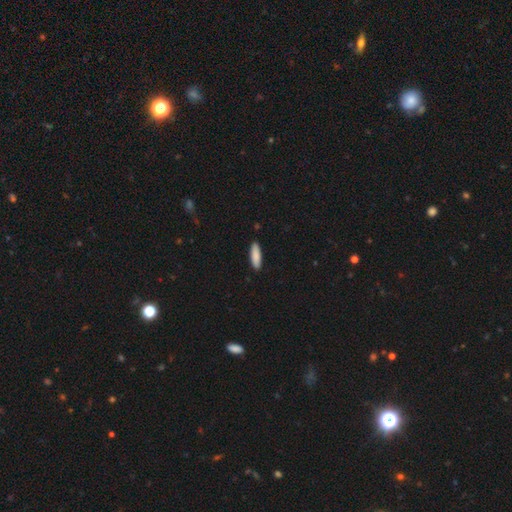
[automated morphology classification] Smooth or featured?
  - smooth: 89% *
  - featured or disk: 6%
  - star or artifact: 5%
How rounded?
  - cigar-shaped: 57% *
  - in between: 41%
  - round: 1%
Merging?
  - none: 90% *
  - minor disturbance: 8%
  - major disturbance: 1%
  - merger: 1%